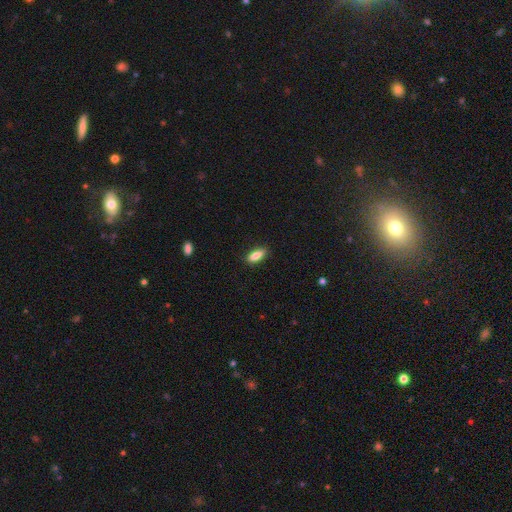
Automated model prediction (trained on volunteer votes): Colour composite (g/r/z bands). It shows a smooth galaxy with no disk features (84%) that is in between round and cigar-shaped (69%). Merging: none (87%).